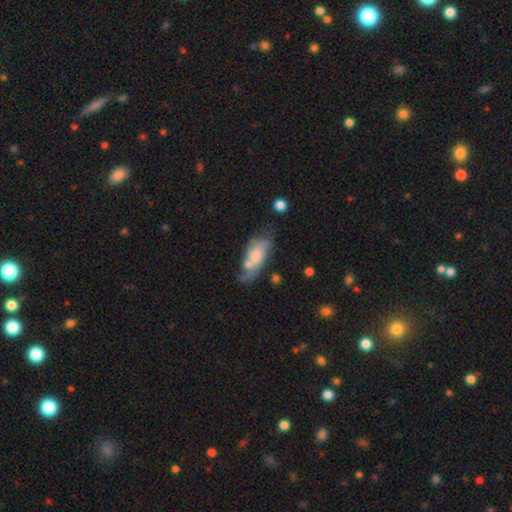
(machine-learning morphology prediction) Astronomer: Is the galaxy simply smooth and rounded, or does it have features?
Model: featured or disk — 48% (runner-up: smooth, 44%).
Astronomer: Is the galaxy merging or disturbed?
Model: none — 38% (runner-up: minor disturbance, 26%).